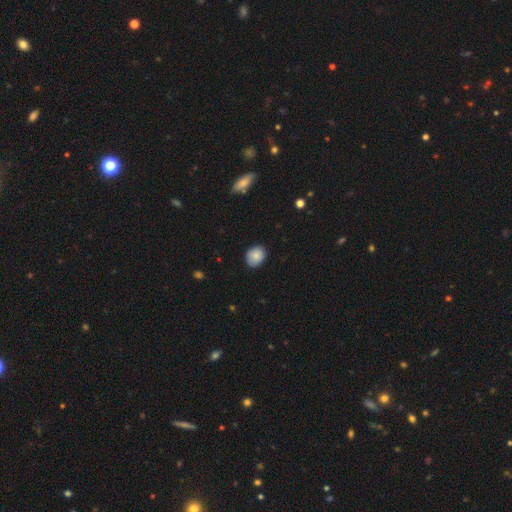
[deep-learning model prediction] This is clearly a smooth galaxy (86%). How rounded: possibly in between (52%). Merging: clearly none (83%).